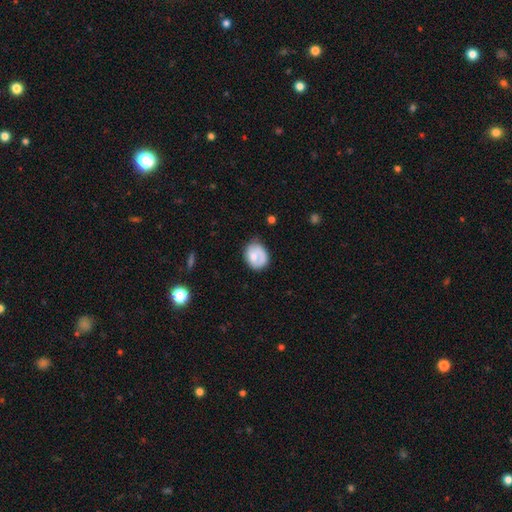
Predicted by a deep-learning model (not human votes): A smooth galaxy with no disk features (63%) that is round (54%).

Vote fractions:
- Smooth or featured? smooth: 63% / featured or disk: 31% / star or artifact: 7%
- How rounded? round: 54% / in between: 45% / cigar-shaped: 1%
- Merging? none: 55% / minor disturbance: 29% / major disturbance: 12% / merger: 5%